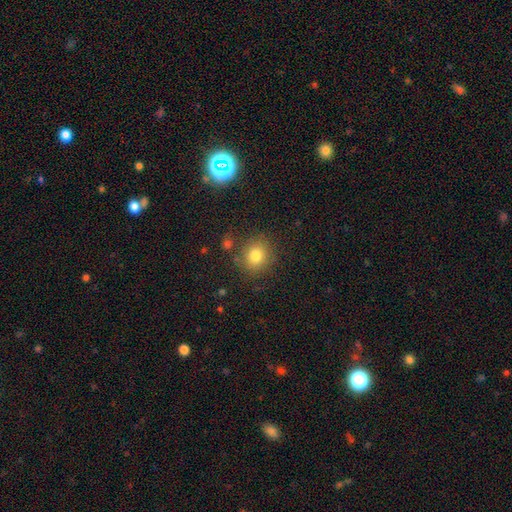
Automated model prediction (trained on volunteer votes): Q: Smooth or featured?
A: smooth (79%); runner-up: star or artifact (12%)
Q: How rounded?
A: round (81%); runner-up: in between (18%)
Q: Merging?
A: none (81%); runner-up: minor disturbance (11%)